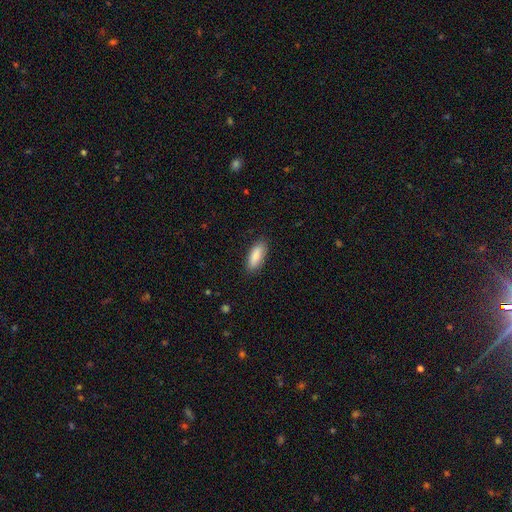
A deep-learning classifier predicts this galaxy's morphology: The model was most divided on "how rounded": in between: 72%, cigar-shaped: 26%, round: 2%. More confident: smooth or featured — smooth (88%); merging — none (87%).